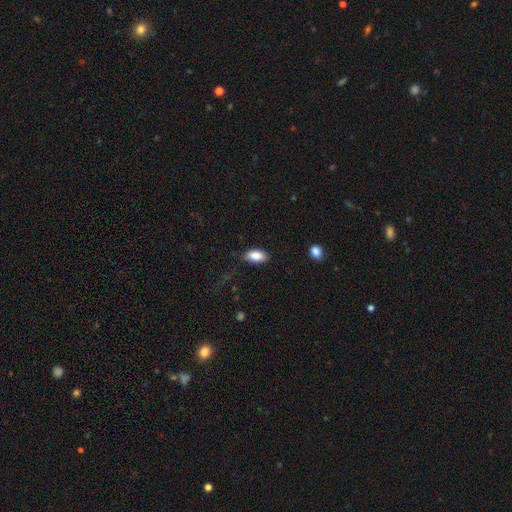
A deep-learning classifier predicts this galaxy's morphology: A smooth galaxy with no disk features (87%) that is in between round and cigar-shaped (92%).

Vote fractions:
- Smooth or featured? smooth: 87% / star or artifact: 7% / featured or disk: 6%
- How rounded? in between: 92% / round: 5% / cigar-shaped: 3%
- Merging? none: 80% / minor disturbance: 15% / major disturbance: 4% / merger: 1%